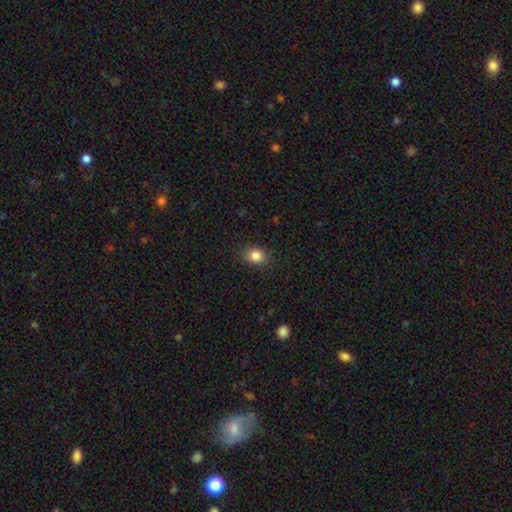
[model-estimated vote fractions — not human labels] Morphology: type=smooth (85%); roundness=round (65%); merging=none (87%).